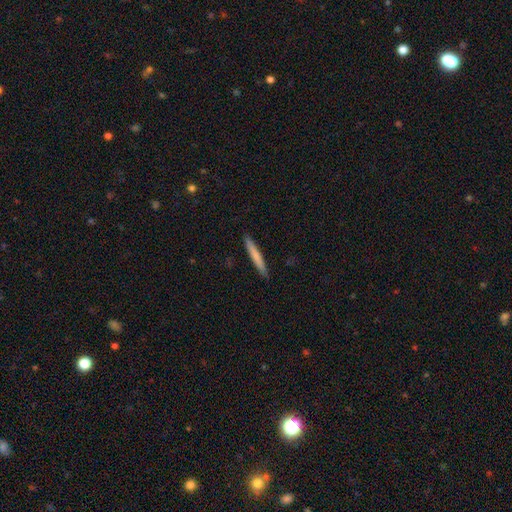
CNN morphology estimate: Smooth or featured?
  - smooth: 73% *
  - featured or disk: 22%
  - star or artifact: 5%
How rounded?
  - cigar-shaped: 96% *
  - in between: 3%
  - round: 1%
Merging?
  - none: 91% *
  - minor disturbance: 7%
  - major disturbance: 1%
  - merger: 1%